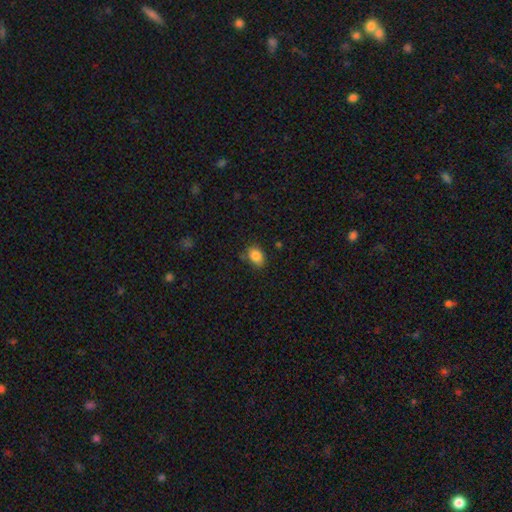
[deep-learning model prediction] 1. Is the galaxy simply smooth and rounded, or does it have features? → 85% smooth, 9% star or artifact, 6% featured or disk.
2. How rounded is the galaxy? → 73% in between, 26% round, 1% cigar-shaped.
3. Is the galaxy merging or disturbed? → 75% none, 18% minor disturbance, 4% major disturbance, 3% merger.